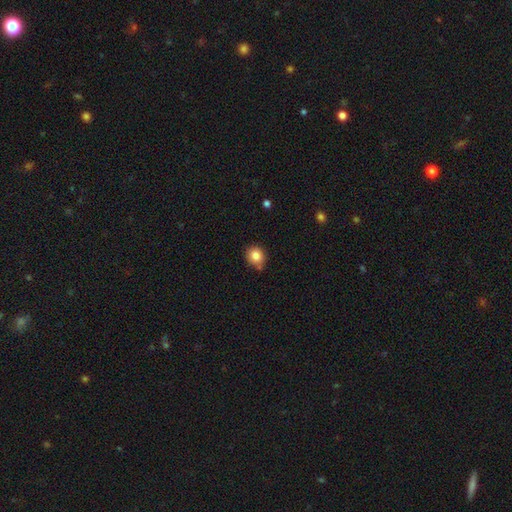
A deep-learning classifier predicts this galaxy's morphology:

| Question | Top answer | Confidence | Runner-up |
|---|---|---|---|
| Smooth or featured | smooth | 83% | star or artifact (10%) |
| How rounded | round | 83% | in between (16%) |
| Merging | none | 75% | minor disturbance (16%) |